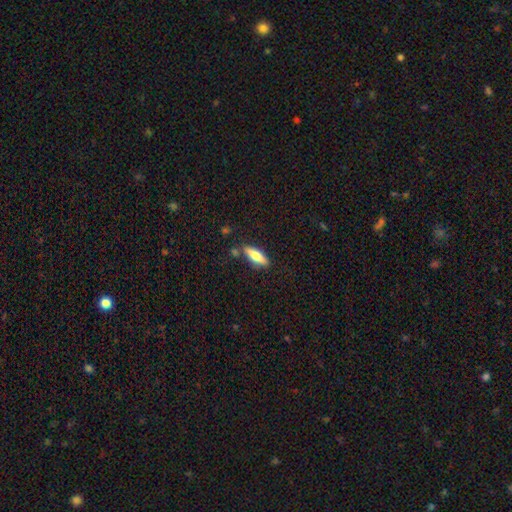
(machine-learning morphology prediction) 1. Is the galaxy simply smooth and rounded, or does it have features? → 63% smooth, 30% featured or disk, 6% star or artifact.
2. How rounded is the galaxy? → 50% in between, 47% cigar-shaped, 2% round.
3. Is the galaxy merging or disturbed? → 78% none, 13% minor disturbance, 6% merger, 3% major disturbance.